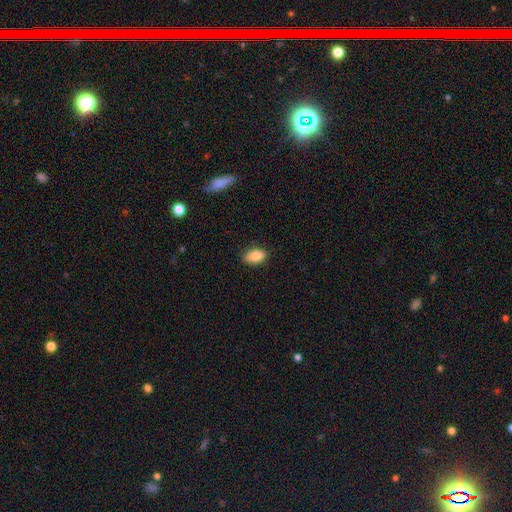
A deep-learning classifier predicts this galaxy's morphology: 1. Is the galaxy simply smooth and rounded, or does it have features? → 86% smooth, 7% star or artifact, 6% featured or disk.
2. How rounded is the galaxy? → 90% in between, 6% round, 4% cigar-shaped.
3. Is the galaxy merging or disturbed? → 84% none, 13% minor disturbance, 2% major disturbance, 1% merger.